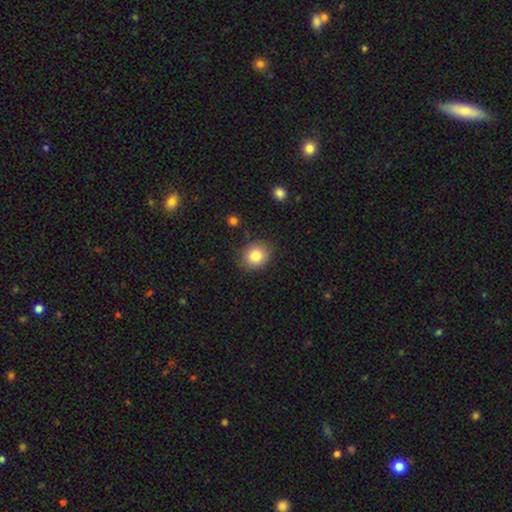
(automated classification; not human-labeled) Morphology: type=smooth (83%); roundness=round (66%); merging=none (85%).